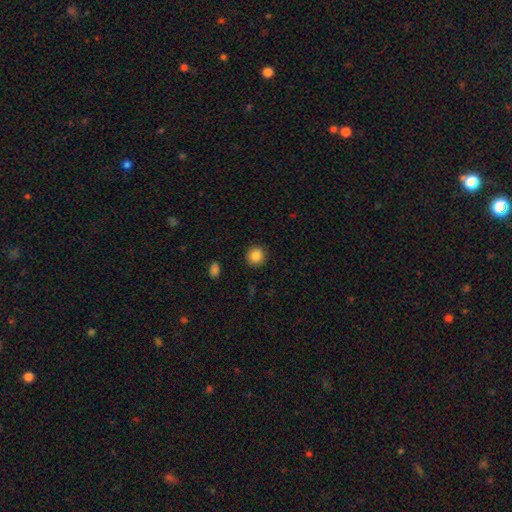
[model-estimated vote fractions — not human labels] The model was most divided on "smooth or featured": smooth: 85%, star or artifact: 10%, featured or disk: 5%. More confident: how rounded — round (92%); merging — none (92%).